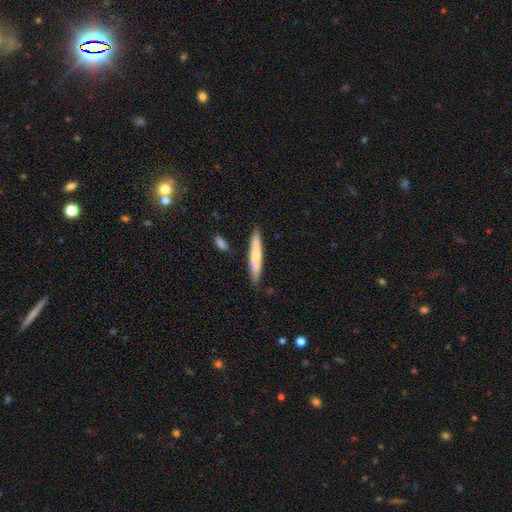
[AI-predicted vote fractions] smooth-or-featured: smooth: 68% | featured or disk: 27% | star or artifact: 6%
  how-rounded: cigar-shaped: 92% | in between: 6% | round: 1%
  merging: none: 82% | minor disturbance: 12% | merger: 3% | major disturbance: 2%